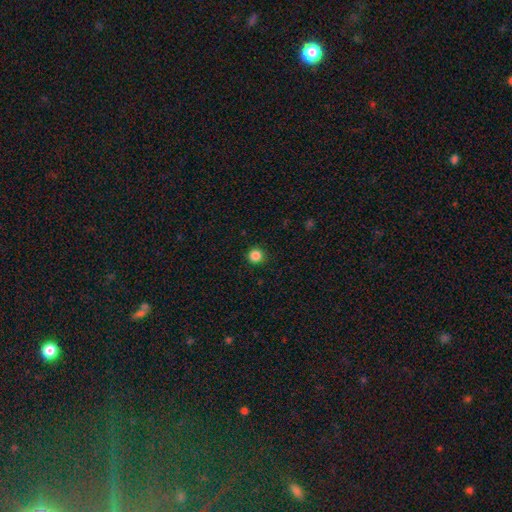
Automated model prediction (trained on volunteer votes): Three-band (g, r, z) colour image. It shows a smooth galaxy with no disk features (85%) that is round (96%). Merging: none (93%).